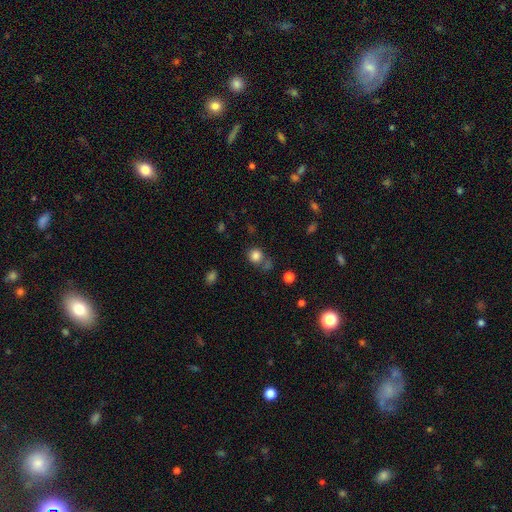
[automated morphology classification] smooth_or_featured: smooth (p=0.82) [alt: star or artifact p=0.13]
how_rounded: round (p=0.86) [alt: in between p=0.13]
merging: none (p=0.67) [alt: merger p=0.14]